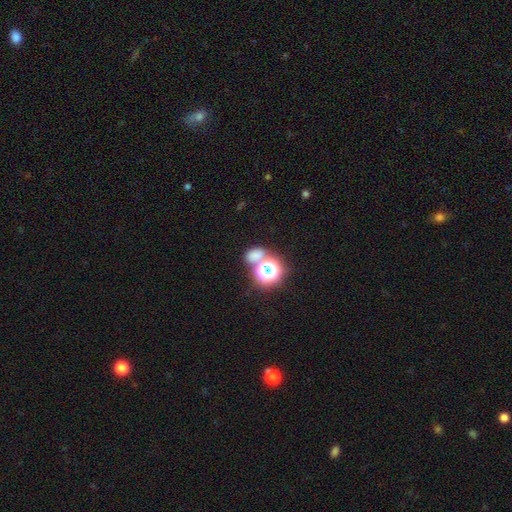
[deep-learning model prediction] Smooth or featured? smooth (57%)
How rounded? round (52%)
Merging? none (51%)